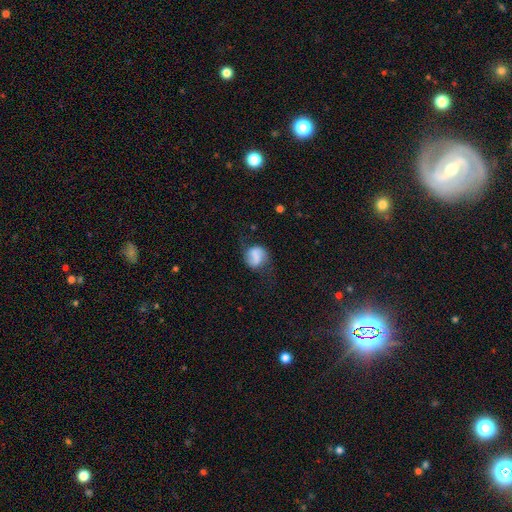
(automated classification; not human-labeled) This appears to be a smooth galaxy with no disk features (46%). Merging: none (56%).